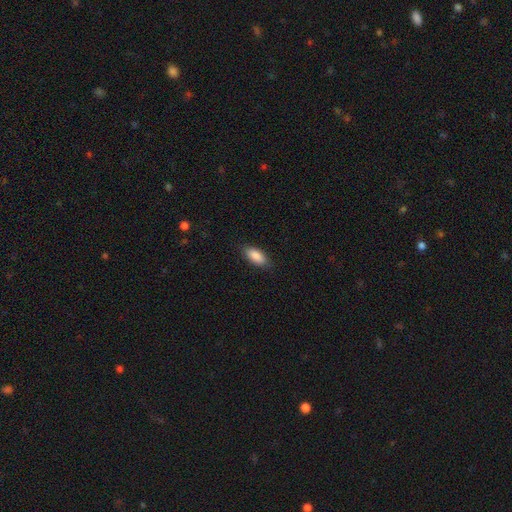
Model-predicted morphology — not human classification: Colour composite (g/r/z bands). It shows a smooth galaxy with no disk features (88%) that is in between round and cigar-shaped (87%). Merging: none (84%).